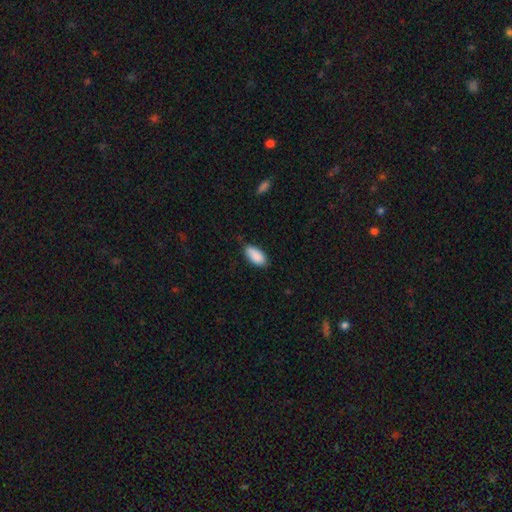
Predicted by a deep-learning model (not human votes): The model was most divided on "merging": none: 77%, minor disturbance: 19%, major disturbance: 3%, merger: 1%. More confident: how rounded — in between (91%); smooth or featured — smooth (90%).